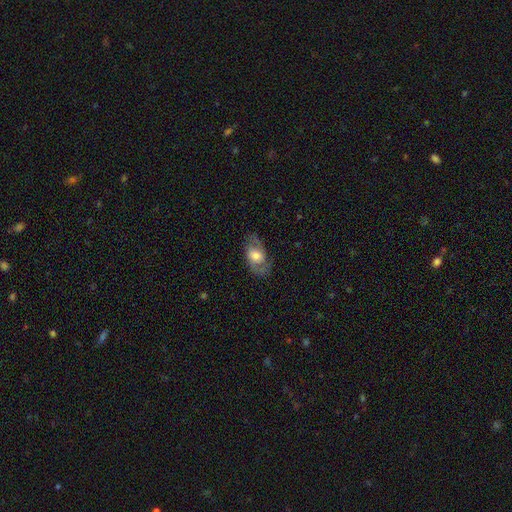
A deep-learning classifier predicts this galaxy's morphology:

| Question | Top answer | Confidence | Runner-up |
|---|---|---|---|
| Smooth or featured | featured or disk | 57% | smooth (36%) |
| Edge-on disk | no | 91% | yes (9%) |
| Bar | no | 61% | weak (30%) |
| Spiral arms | yes | 67% | no (33%) |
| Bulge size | moderate | 56% | large (24%) |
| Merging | none | 76% | minor disturbance (14%) |